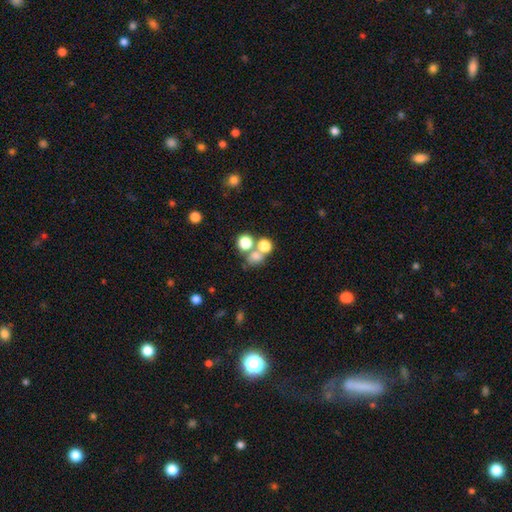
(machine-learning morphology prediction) type=smooth (69%); roundness=round (75%); merging=none (45%).